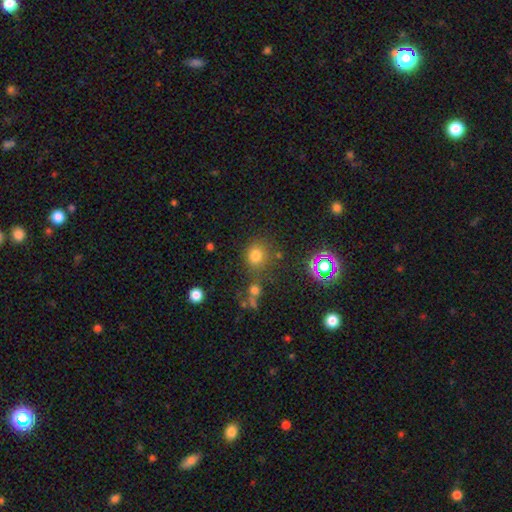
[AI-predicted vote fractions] This appears to be a smooth galaxy with no disk features (72%) that is round (83%). Merging: none (72%).